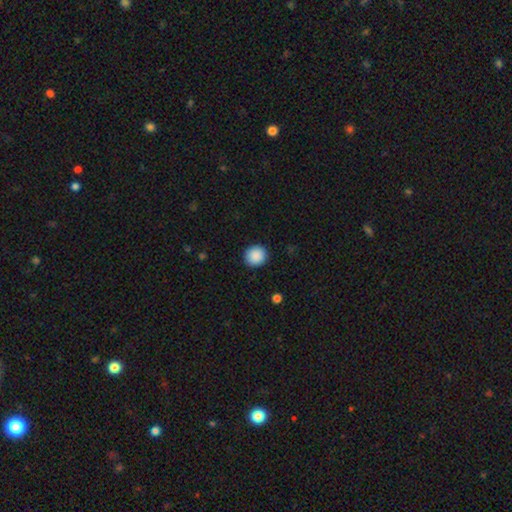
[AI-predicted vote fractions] Morphology: type=smooth (90%); roundness=round (89%); merging=none (91%).